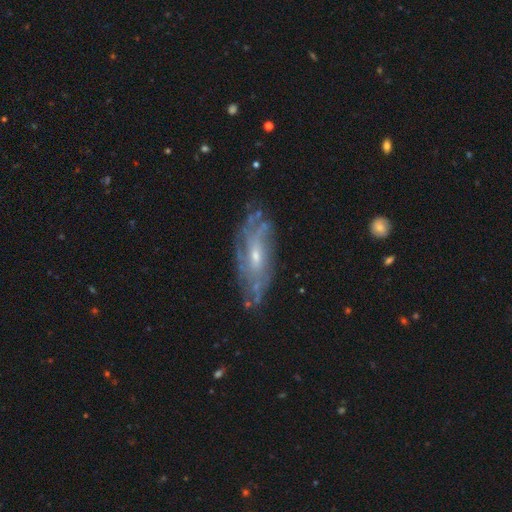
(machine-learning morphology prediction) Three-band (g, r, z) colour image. It shows a featured or disk galaxy (77%) with no bar (64%), spiral arms (77%) and a small central bulge (64%). Merging: none (68%).